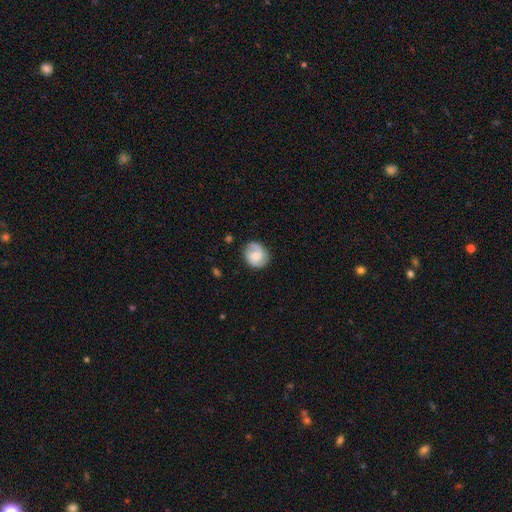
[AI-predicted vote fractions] Smooth or featured? featured or disk (49%)
Merging? none (76%)